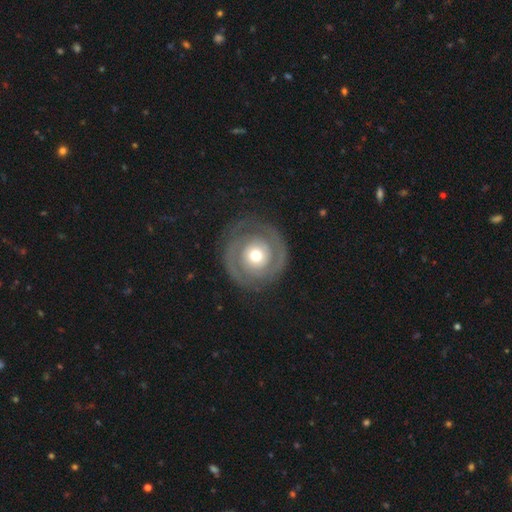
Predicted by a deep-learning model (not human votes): smooth_or_featured: featured or disk (p=0.75) [alt: smooth p=0.20]
disk_edge_on: no (p=0.97) [alt: yes p=0.03]
bar: no (p=0.83) [alt: weak p=0.13]
has_spiral_arms: yes (p=0.79) [alt: no p=0.21]
spiral_winding: tight (p=0.70) [alt: medium p=0.22]
spiral_arm_count: 2 (p=0.56) [alt: can't tell p=0.19]
bulge_size: moderate (p=0.65) [alt: small p=0.21]
merging: none (p=0.80) [alt: minor disturbance p=0.11]